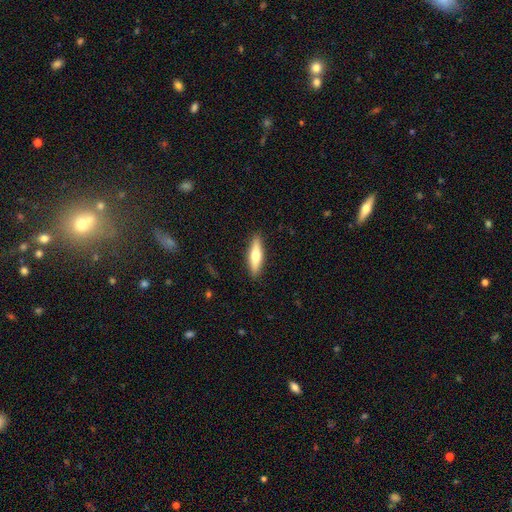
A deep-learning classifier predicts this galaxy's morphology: The model was most divided on "smooth or featured": smooth: 56%, featured or disk: 38%, star or artifact: 6%. More confident: merging — none (90%); how rounded — cigar-shaped (67%).